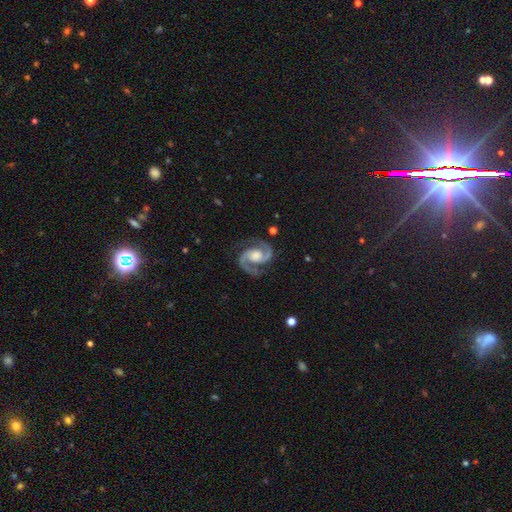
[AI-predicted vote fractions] The model was most divided on "bulge size": moderate: 38%, large: 34%, small: 13%, none: 12%, dominant: 3%. More confident: spiral arms — yes (98%); edge-on disk — no (98%); spiral arm count — 2 (95%); smooth or featured — featured or disk (93%); merging — none (82%); spiral winding — medium (65%); bar — no (55%).